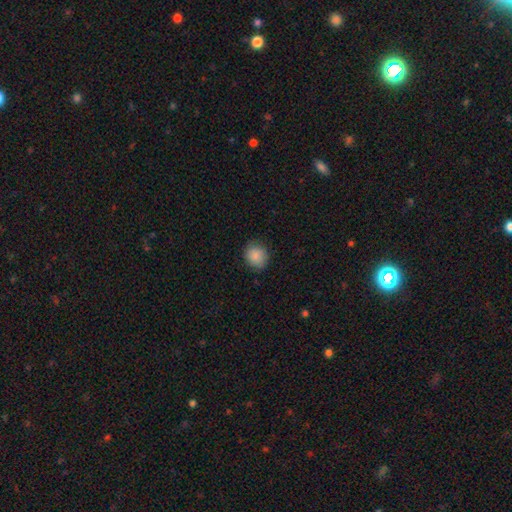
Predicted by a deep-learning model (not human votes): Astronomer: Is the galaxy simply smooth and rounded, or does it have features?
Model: smooth — 87%.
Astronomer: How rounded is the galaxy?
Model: round — 79%.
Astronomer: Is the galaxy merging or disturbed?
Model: none — 84%.